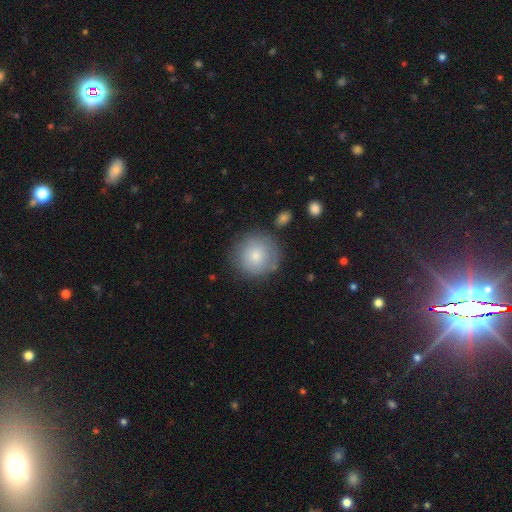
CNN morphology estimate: Smooth or featured: smooth — 78% (featured or disk — 15%)
How rounded: round — 94% (in between — 5%)
Merging: none — 78% (minor disturbance — 14%)